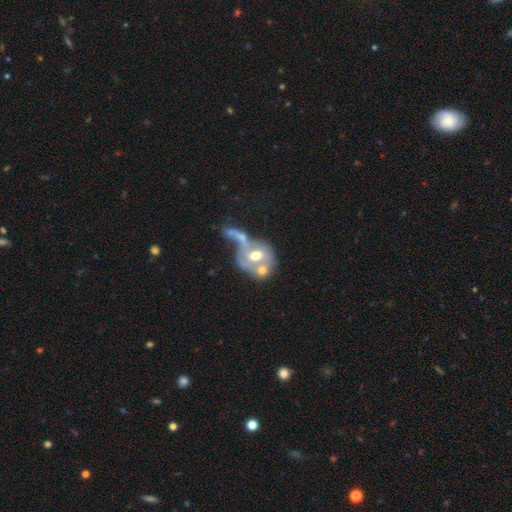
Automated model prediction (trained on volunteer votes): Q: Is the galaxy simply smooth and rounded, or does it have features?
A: featured or disk — 52%.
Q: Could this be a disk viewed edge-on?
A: no — 95%.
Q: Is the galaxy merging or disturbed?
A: merger — 58%.